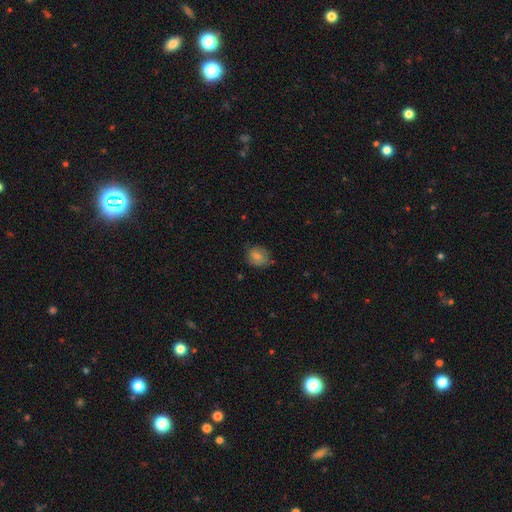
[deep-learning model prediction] Smooth or featured? smooth (71%)
How rounded? round (64%)
Merging? none (74%)